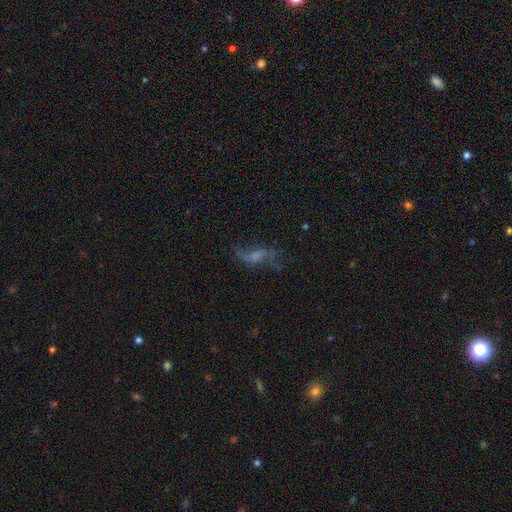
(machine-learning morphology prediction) This appears to be a featured or disk galaxy (65%) with no bar (50%), spiral arms (81%) and no central bulge (37%). Merging: none (57%).